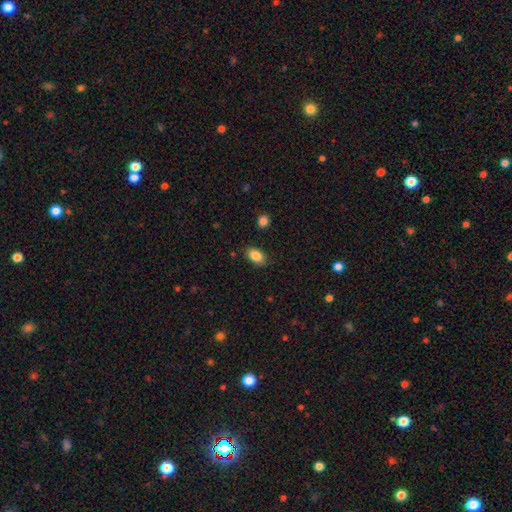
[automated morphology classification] Overall: smooth (86%). How rounded: in between (85%). Merging: none (85%).